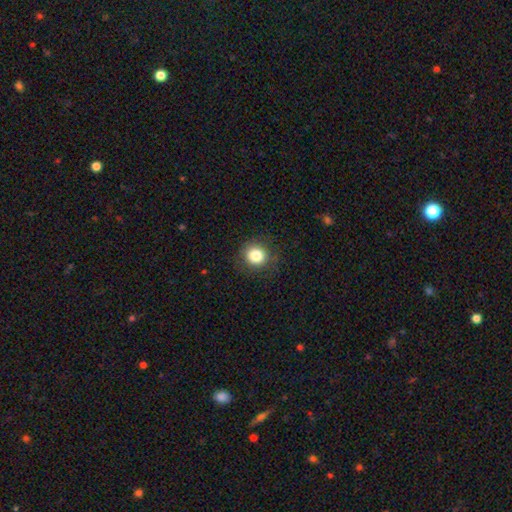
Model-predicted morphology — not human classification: Smooth or featured? Predicted: smooth (p=0.83). How rounded? Predicted: round (p=0.91). Merging? Predicted: none (p=0.86).